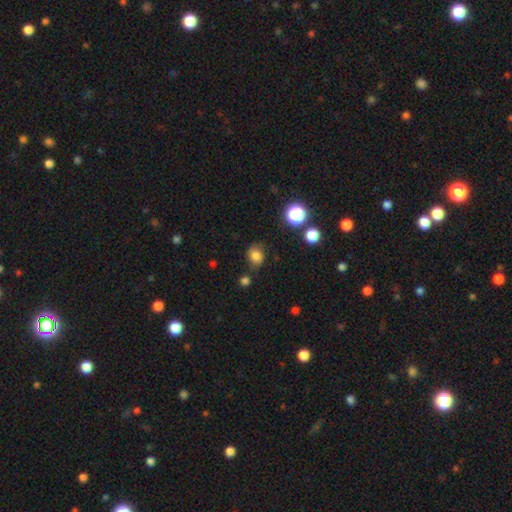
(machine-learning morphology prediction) smooth_or_featured: smooth (p=0.77) [alt: star or artifact p=0.14]
how_rounded: round (p=0.61) [alt: in between p=0.38]
merging: none (p=0.68) [alt: minor disturbance p=0.21]